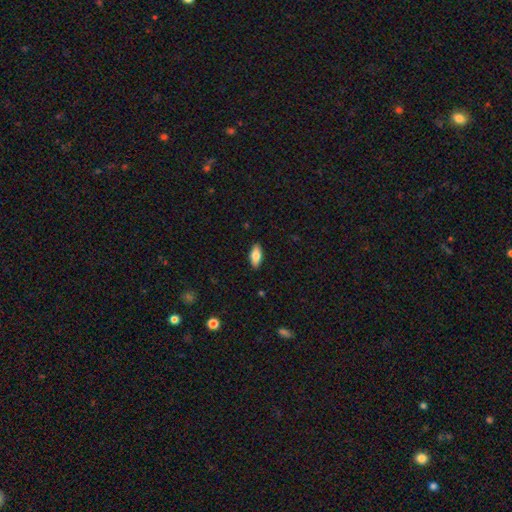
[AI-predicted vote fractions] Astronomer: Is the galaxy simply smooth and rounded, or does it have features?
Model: smooth — 80%.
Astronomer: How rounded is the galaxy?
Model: in between — 84%.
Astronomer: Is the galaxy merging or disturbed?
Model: none — 89%.